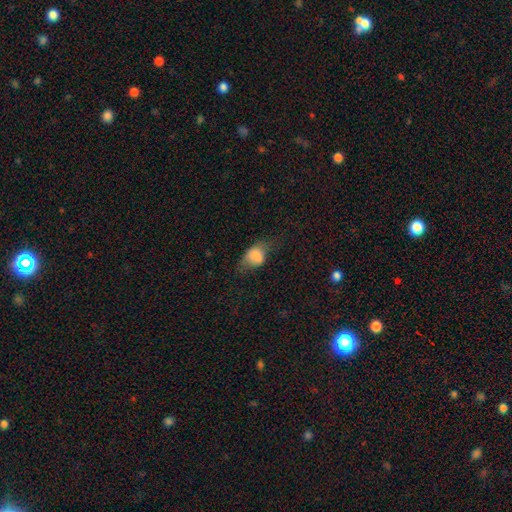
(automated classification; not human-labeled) A smooth galaxy with no disk features (75%) that is in between round and cigar-shaped (79%). Merging: none (37%).